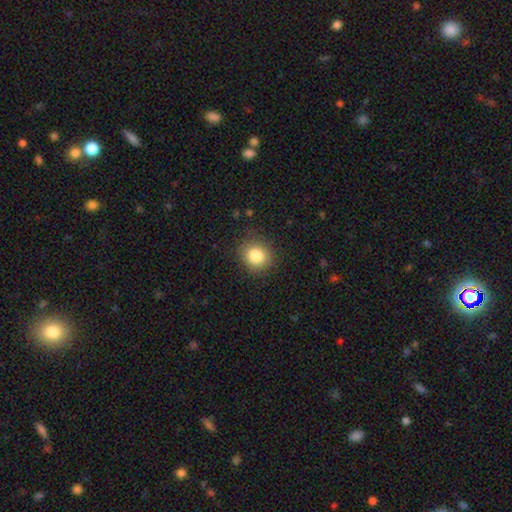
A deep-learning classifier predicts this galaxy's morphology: Smooth or featured: smooth — 84% (star or artifact — 10%)
How rounded: round — 79% (in between — 20%)
Merging: none — 86% (minor disturbance — 10%)